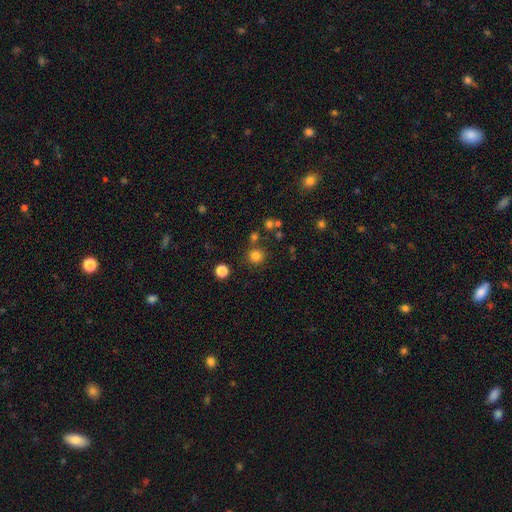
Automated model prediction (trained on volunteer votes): Smooth or featured: smooth — 80% (star or artifact — 15%)
How rounded: round — 93% (in between — 6%)
Merging: none — 82% (merger — 8%)